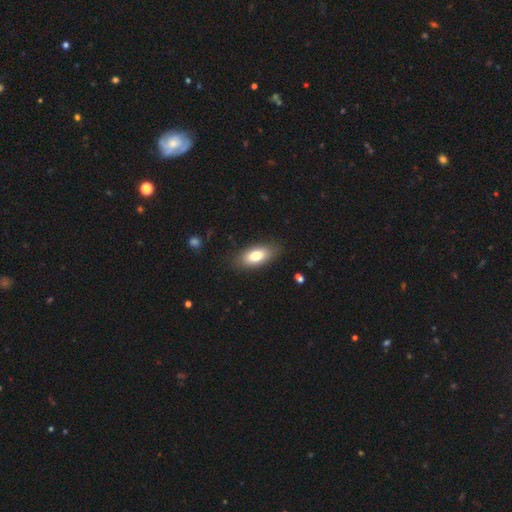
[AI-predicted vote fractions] smooth 78%, featured or disk 16%, star or artifact 7%. Down the decision tree: how rounded — in between (88%); merging — none (84%).